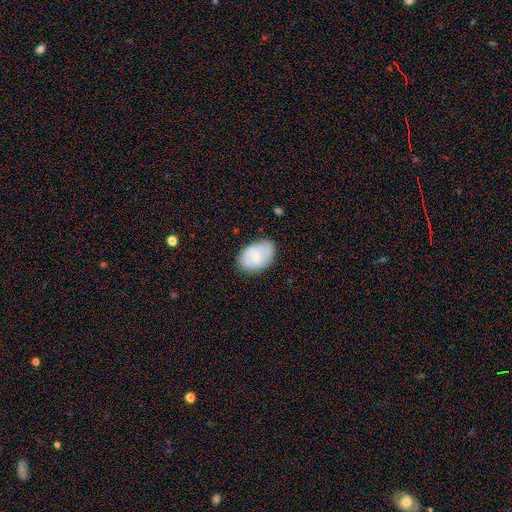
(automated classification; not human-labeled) A featured or disk galaxy (49%). Merging: none (78%).